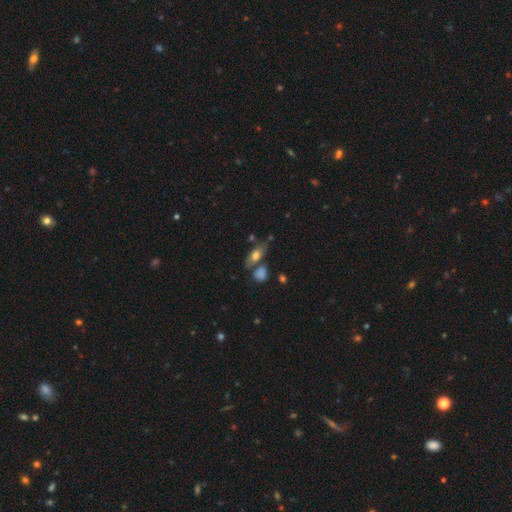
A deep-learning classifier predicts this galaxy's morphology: This appears to be a smooth galaxy with no disk features (65%) that is in between round and cigar-shaped (72%). Merging: none (59%).